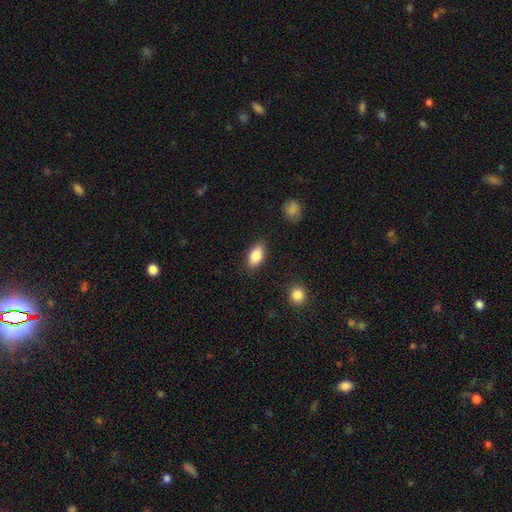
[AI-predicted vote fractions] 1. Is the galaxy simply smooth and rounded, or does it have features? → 86% smooth, 7% star or artifact, 6% featured or disk.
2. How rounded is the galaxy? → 91% in between, 5% round, 4% cigar-shaped.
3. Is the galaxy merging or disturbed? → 87% none, 9% minor disturbance, 3% major disturbance, 1% merger.